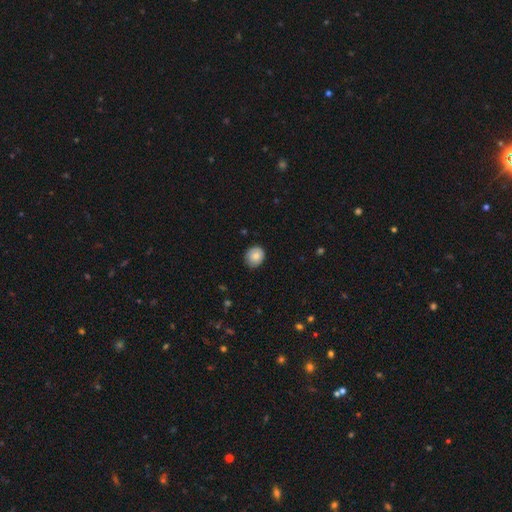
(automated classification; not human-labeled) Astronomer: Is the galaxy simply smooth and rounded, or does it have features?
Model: smooth — 79%.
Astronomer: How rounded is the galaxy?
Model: round — 72%.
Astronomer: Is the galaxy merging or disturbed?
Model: none — 79%.